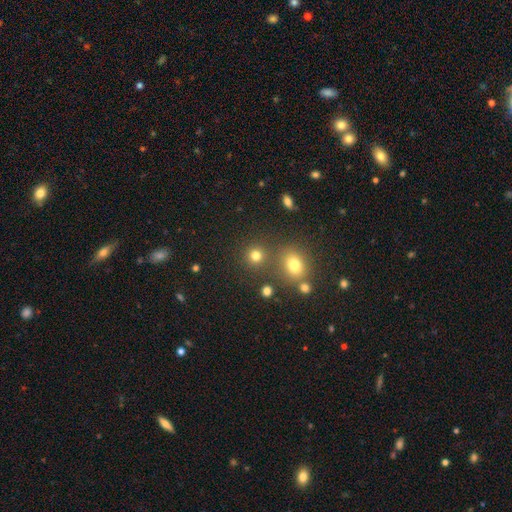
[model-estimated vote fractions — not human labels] A smooth galaxy with no disk features (77%) that is round (88%).

Vote fractions:
- Smooth or featured? smooth: 77% / star or artifact: 17% / featured or disk: 6%
- How rounded? round: 88% / in between: 11% / cigar-shaped: 1%
- Merging? none: 76% / merger: 13% / minor disturbance: 7% / major disturbance: 4%